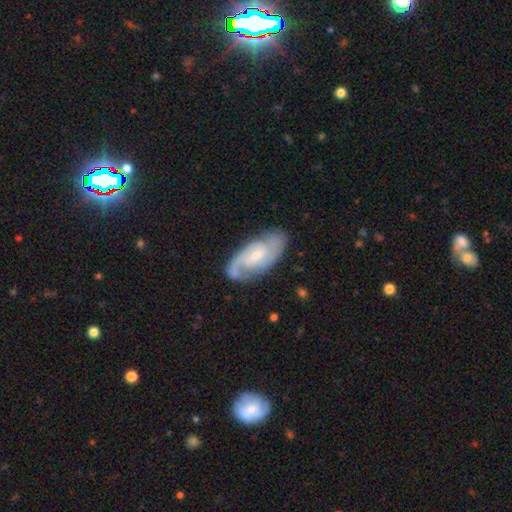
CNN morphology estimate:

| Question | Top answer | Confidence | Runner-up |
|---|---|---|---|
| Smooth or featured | featured or disk | 79% | smooth (16%) |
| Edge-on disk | no | 94% | yes (6%) |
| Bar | weak | 49% | no (40%) |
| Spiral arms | yes | 95% | no (5%) |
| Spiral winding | medium | 46% | tight (39%) |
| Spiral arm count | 2 | 79% | can't tell (10%) |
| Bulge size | small | 48% | moderate (39%) |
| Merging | none | 78% | minor disturbance (16%) |